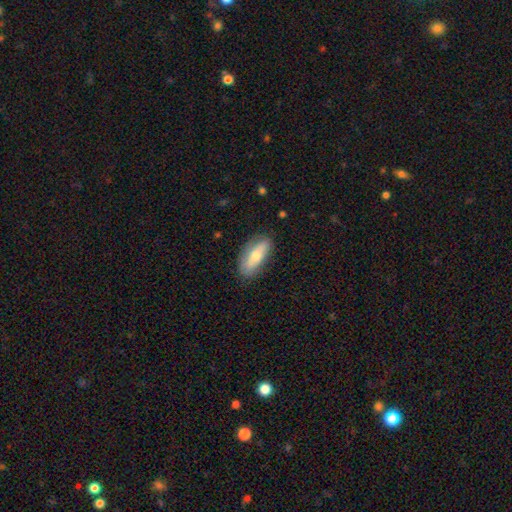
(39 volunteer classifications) Smooth or featured? 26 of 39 (67%) said smooth. How rounded? 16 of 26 (62%) said in between. Merging? 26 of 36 (72%) said none.